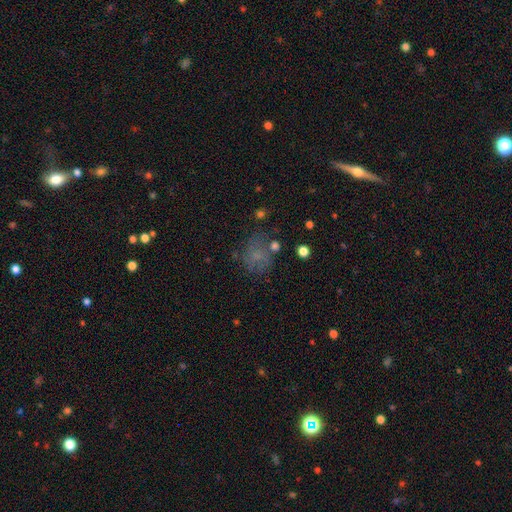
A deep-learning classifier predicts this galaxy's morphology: Smooth or featured? smooth (54%)
How rounded? round (58%)
Merging? none (55%)